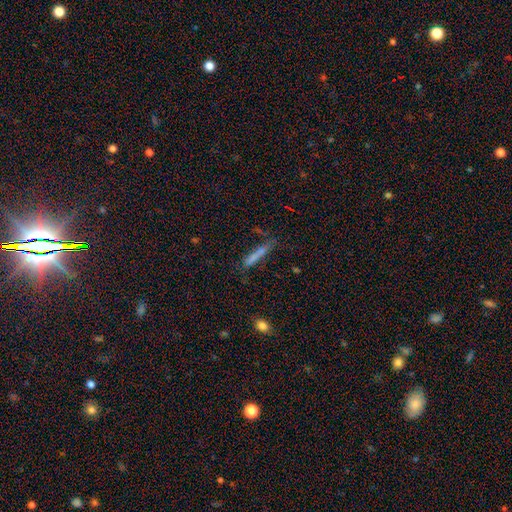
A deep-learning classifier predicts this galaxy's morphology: smooth-or-featured: smooth: 69% | featured or disk: 22% | star or artifact: 9%
  how-rounded: cigar-shaped: 92% | in between: 6% | round: 2%
  merging: none: 69% | minor disturbance: 20% | major disturbance: 7% | merger: 4%